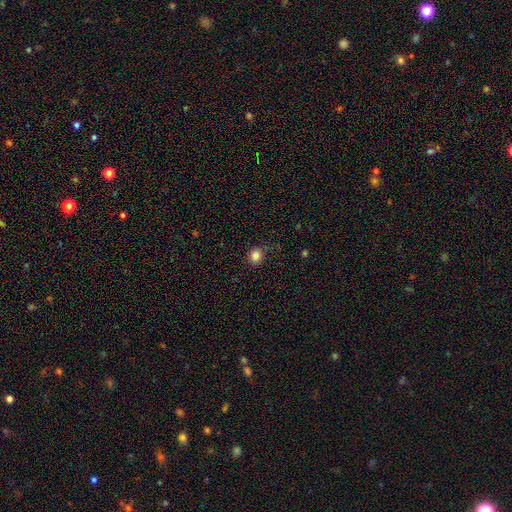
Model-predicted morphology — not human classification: Smooth or featured?
  - smooth: 84% *
  - star or artifact: 12%
  - featured or disk: 4%
How rounded?
  - round: 77% *
  - in between: 22%
  - cigar-shaped: 1%
Merging?
  - none: 85% *
  - minor disturbance: 11%
  - major disturbance: 3%
  - merger: 1%